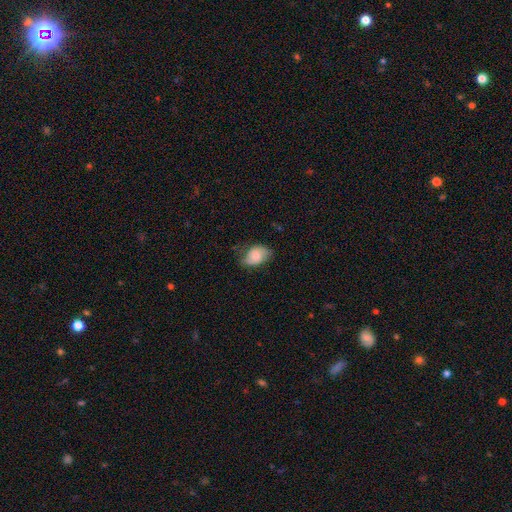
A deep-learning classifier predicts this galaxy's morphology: type=smooth (69%); roundness=in between (82%); merging=none (62%).